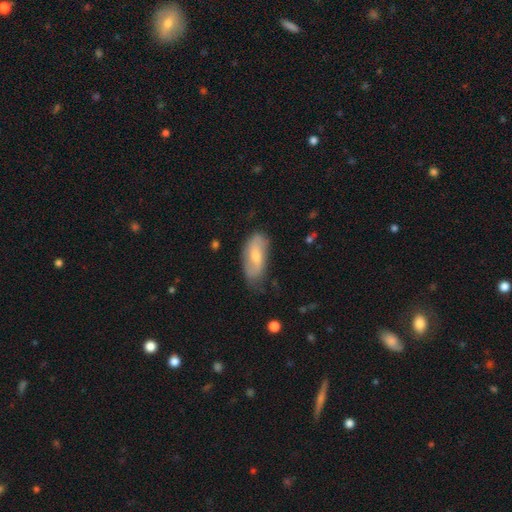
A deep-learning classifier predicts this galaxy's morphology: Smooth or featured? Predicted: smooth (p=0.52). How rounded? Predicted: in between (p=0.87). Merging? Predicted: none (p=0.67).